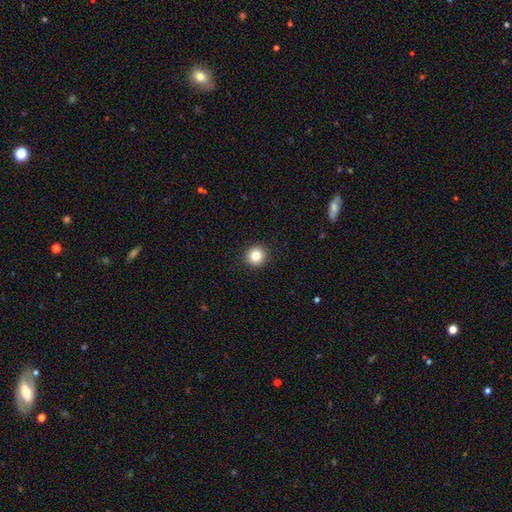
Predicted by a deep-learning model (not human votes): A smooth galaxy with no disk features (83%) that is round (95%). Merging: none (93%).